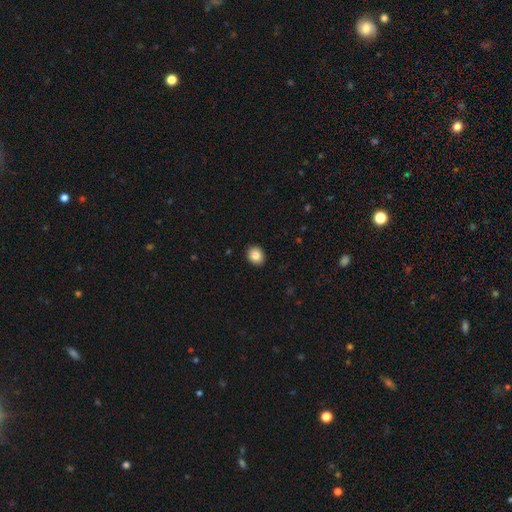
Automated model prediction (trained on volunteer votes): Smooth or featured? Predicted: smooth (p=0.85). How rounded? Predicted: round (p=0.66). Merging? Predicted: none (p=0.92).